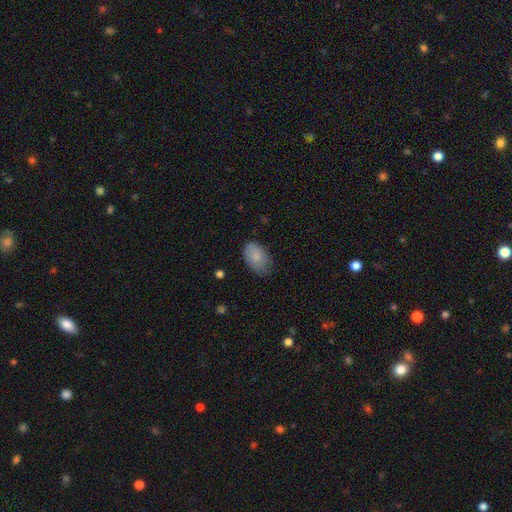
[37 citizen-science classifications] smooth-or-featured: smooth: 84% | featured or disk: 11% | star or artifact: 5%
  how-rounded: in between: 87% | round: 13% | cigar-shaped: 0%
  merging: none: 74% | minor disturbance: 23% | merger: 3% | major disturbance: 0%